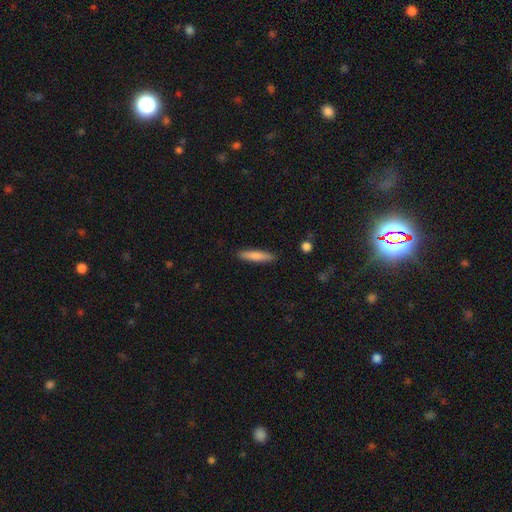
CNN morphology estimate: smooth_or_featured: smooth (p=0.79) [alt: featured or disk p=0.15]
how_rounded: cigar-shaped (p=0.88) [alt: in between p=0.11]
merging: none (p=0.89) [alt: minor disturbance p=0.08]